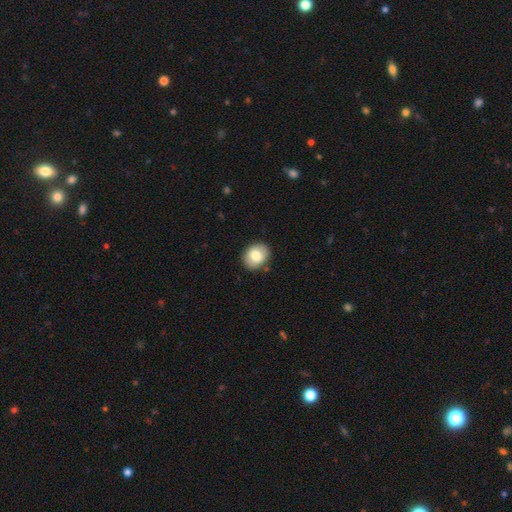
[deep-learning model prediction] smooth 80%, featured or disk 13%, star or artifact 7%. Down the decision tree: how rounded — round (52%); merging — none (87%).